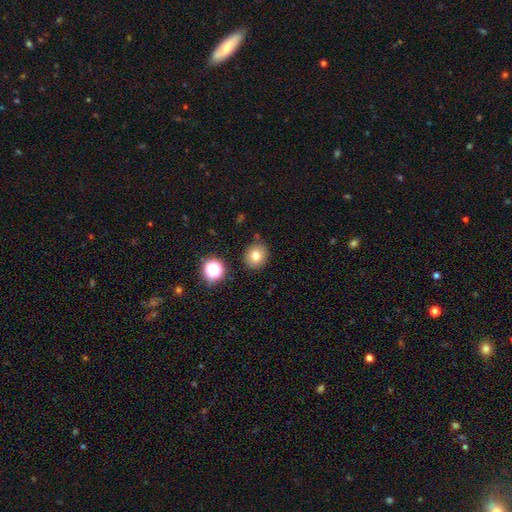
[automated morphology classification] A smooth galaxy with no disk features (76%) that is round (81%).

Vote fractions:
- Smooth or featured? smooth: 76% / star or artifact: 14% / featured or disk: 11%
- How rounded? round: 81% / in between: 18% / cigar-shaped: 1%
- Merging? none: 86% / minor disturbance: 8% / merger: 3% / major disturbance: 2%